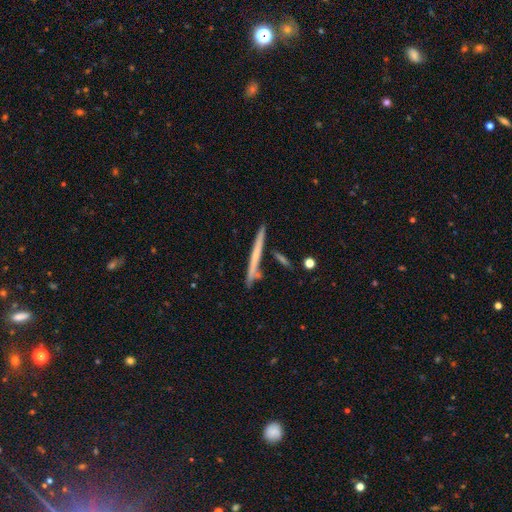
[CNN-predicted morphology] Smooth or featured: featured or disk — 48% (smooth — 46%)
Merging: none — 84% (minor disturbance — 9%)